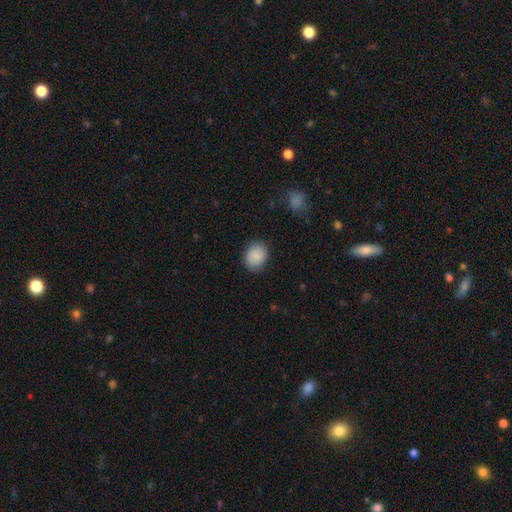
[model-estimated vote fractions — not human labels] smooth 89%, star or artifact 7%, featured or disk 4%. Down the decision tree: how rounded — round (56%); merging — none (85%).